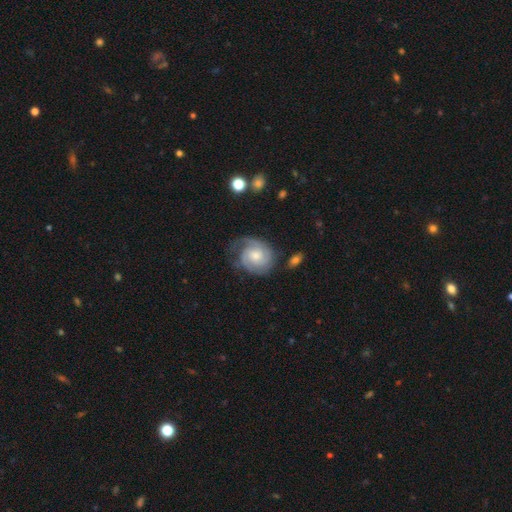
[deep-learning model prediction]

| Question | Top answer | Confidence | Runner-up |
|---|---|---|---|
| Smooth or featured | featured or disk | 79% | smooth (15%) |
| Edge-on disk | no | 98% | yes (2%) |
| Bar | no | 66% | weak (31%) |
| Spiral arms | yes | 95% | no (5%) |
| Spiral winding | tight | 58% | medium (32%) |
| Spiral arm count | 2 | 50% | can't tell (19%) |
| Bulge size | moderate | 47% | small (44%) |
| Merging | none | 63% | minor disturbance (22%) |